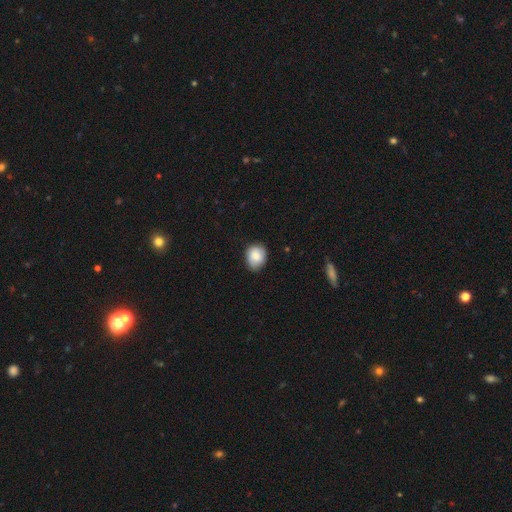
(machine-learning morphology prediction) Smooth or featured? smooth (84%)
How rounded? round (60%)
Merging? none (77%)